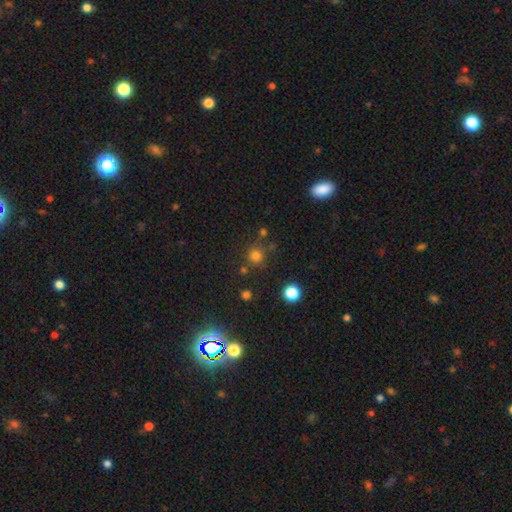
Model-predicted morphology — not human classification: This appears to be a smooth galaxy with no disk features (74%) that is round (93%). Merging: none (76%).